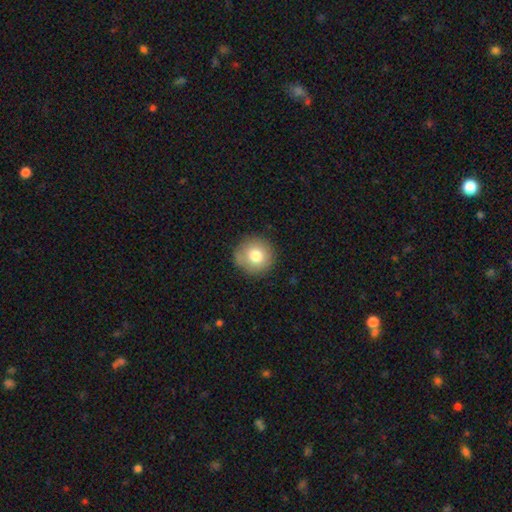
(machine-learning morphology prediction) Smooth or featured?
  - smooth: 78% *
  - featured or disk: 12%
  - star or artifact: 10%
How rounded?
  - round: 94% *
  - in between: 5%
  - cigar-shaped: 1%
Merging?
  - none: 87% *
  - minor disturbance: 9%
  - major disturbance: 3%
  - merger: 1%